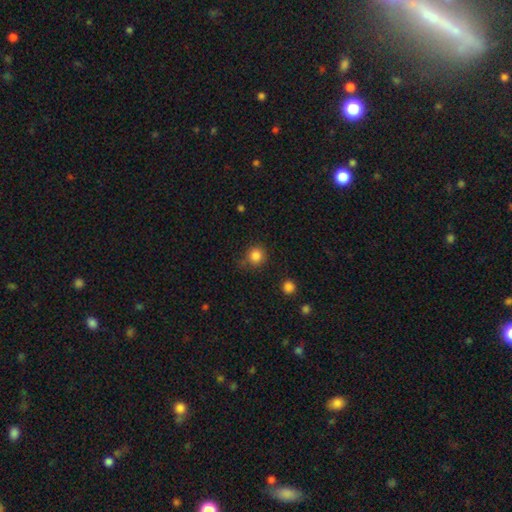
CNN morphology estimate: Q: Smooth or featured?
A: smooth (84%); runner-up: star or artifact (12%)
Q: How rounded?
A: round (91%); runner-up: in between (8%)
Q: Merging?
A: none (78%); runner-up: minor disturbance (14%)